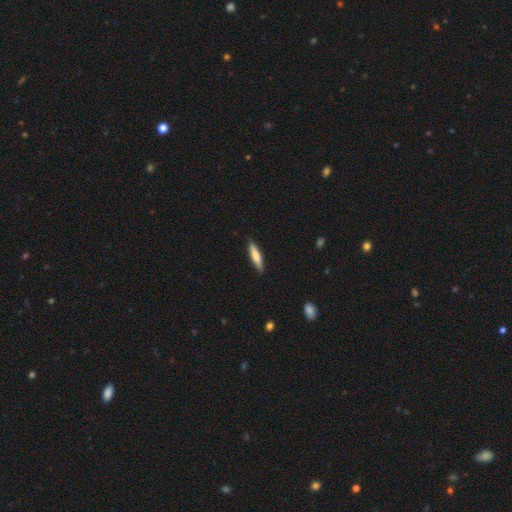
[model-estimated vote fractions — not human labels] Smooth or featured?
  - smooth: 64% *
  - featured or disk: 30%
  - star or artifact: 5%
How rounded?
  - cigar-shaped: 84% *
  - in between: 14%
  - round: 2%
Merging?
  - none: 90% *
  - minor disturbance: 8%
  - major disturbance: 2%
  - merger: 1%